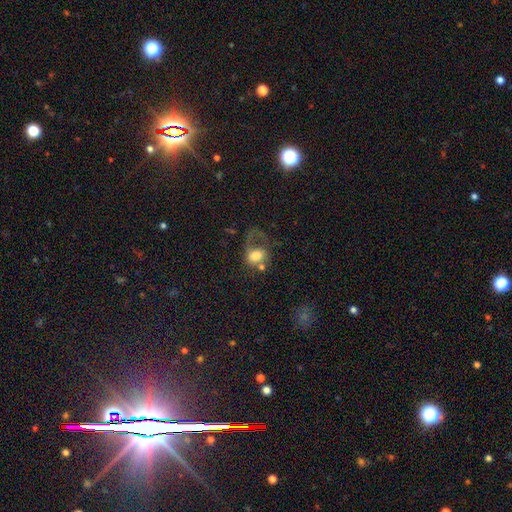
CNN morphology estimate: smooth 55%, featured or disk 34%, star or artifact 10%. Down the decision tree: how rounded — in between (54%); merging — major disturbance (45%).